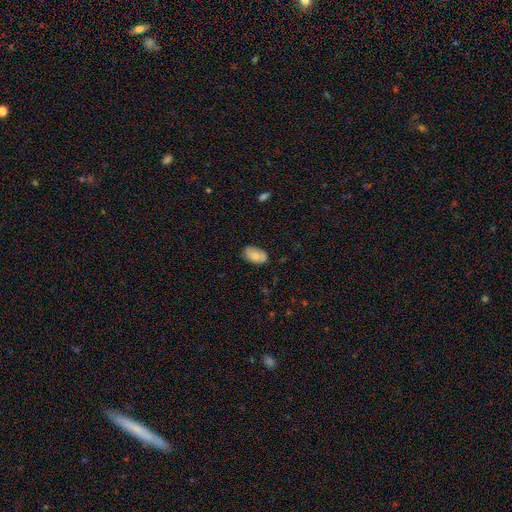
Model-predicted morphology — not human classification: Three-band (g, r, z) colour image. It shows a smooth galaxy with no disk features (82%) that is in between round and cigar-shaped (94%). Merging: none (74%).